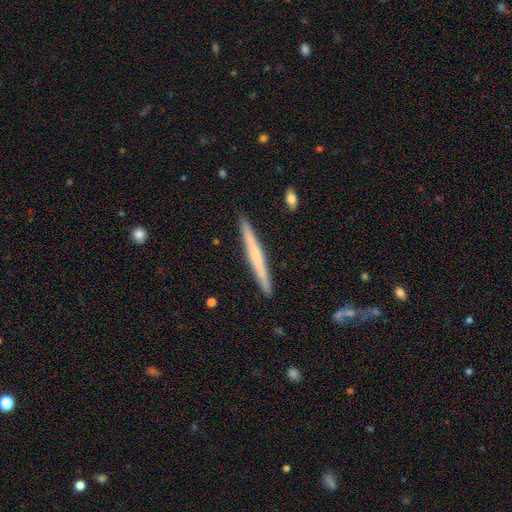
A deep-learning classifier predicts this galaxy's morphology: Smooth or featured?
  - featured or disk: 49% *
  - smooth: 46%
  - star or artifact: 6%
Merging?
  - none: 91% *
  - minor disturbance: 6%
  - major disturbance: 1%
  - merger: 1%